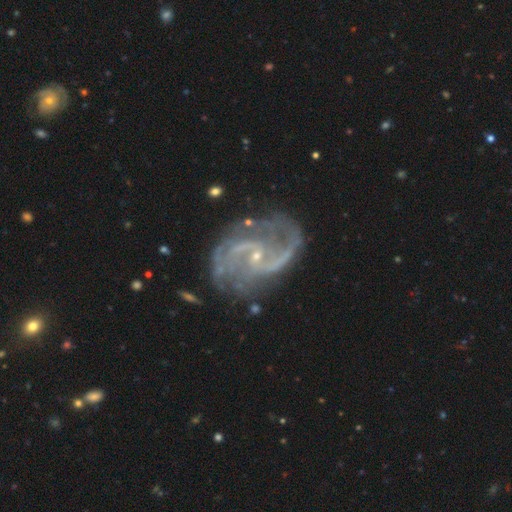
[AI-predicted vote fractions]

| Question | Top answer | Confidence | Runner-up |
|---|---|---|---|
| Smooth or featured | featured or disk | 91% | star or artifact (6%) |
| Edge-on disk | no | 98% | yes (2%) |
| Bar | weak | 47% | no (38%) |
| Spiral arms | yes | 97% | no (3%) |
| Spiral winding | medium | 49% | loose (35%) |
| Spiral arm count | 2 | 79% | can't tell (6%) |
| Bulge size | small | 83% | moderate (11%) |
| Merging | none | 66% | minor disturbance (19%) |